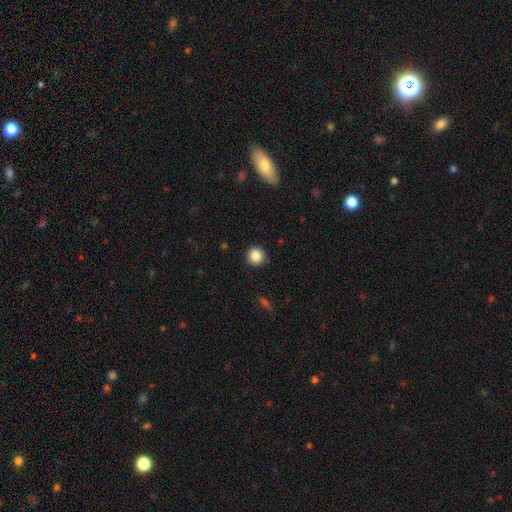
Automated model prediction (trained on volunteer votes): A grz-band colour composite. It shows a smooth galaxy with no disk features (86%) that is round (94%). Merging: none (91%).